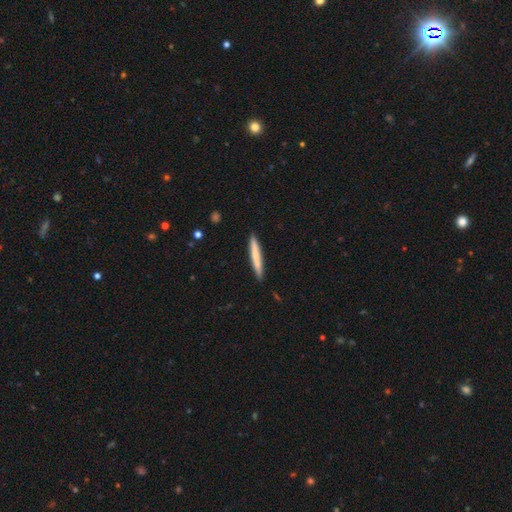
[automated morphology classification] This is likely a smooth galaxy (72%). How rounded: clearly cigar-shaped (96%). Merging: clearly none (91%).